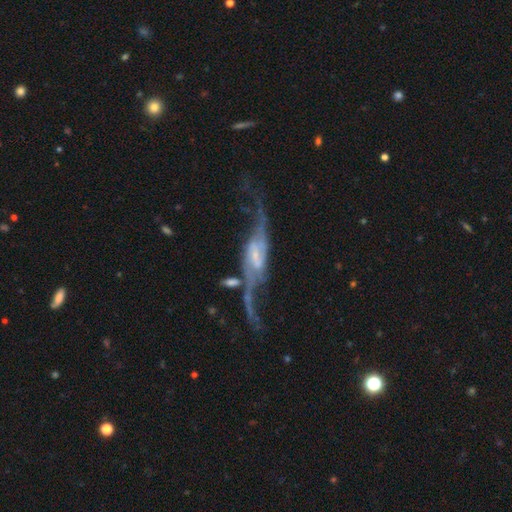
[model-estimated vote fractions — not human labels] Morphology: type=featured or disk (86%); edge-on=no (82%); bar=weak (40%); spiral arms=yes (91%); winding=loose (82%); arm count=2 (89%); bulge=small (53%); merging=none (41%).